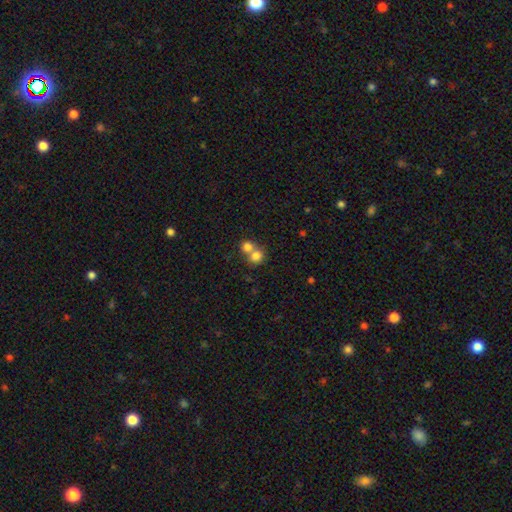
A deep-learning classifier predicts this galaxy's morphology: smooth_or_featured: smooth (p=0.77) [alt: featured or disk p=0.12]
how_rounded: round (p=0.79) [alt: in between p=0.20]
merging: merger (p=0.60) [alt: none p=0.33]